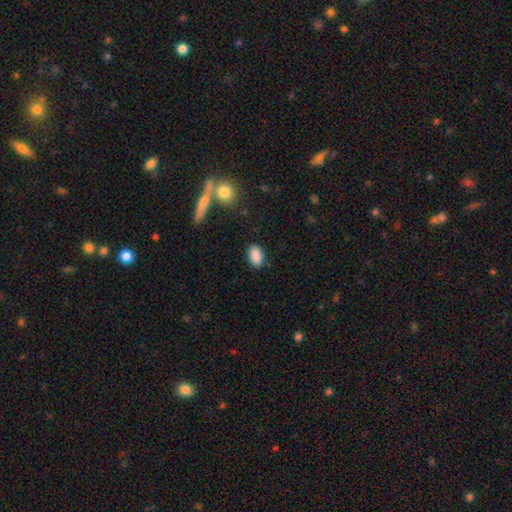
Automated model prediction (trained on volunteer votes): Overall: smooth (89%). How rounded: in between (91%). Merging: none (86%).